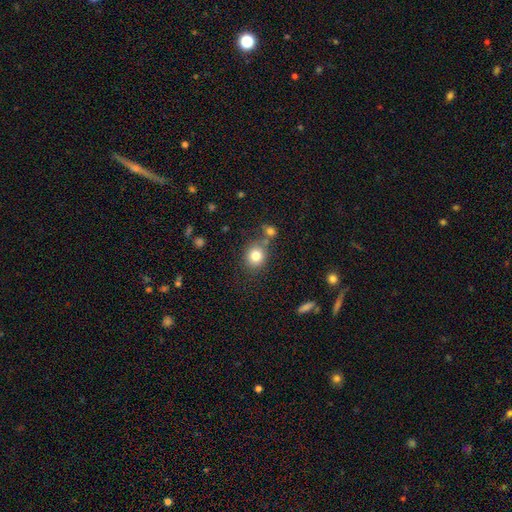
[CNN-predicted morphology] Q: Smooth or featured?
A: smooth (81%); runner-up: star or artifact (11%)
Q: How rounded?
A: round (77%); runner-up: in between (22%)
Q: Merging?
A: none (70%); runner-up: merger (14%)